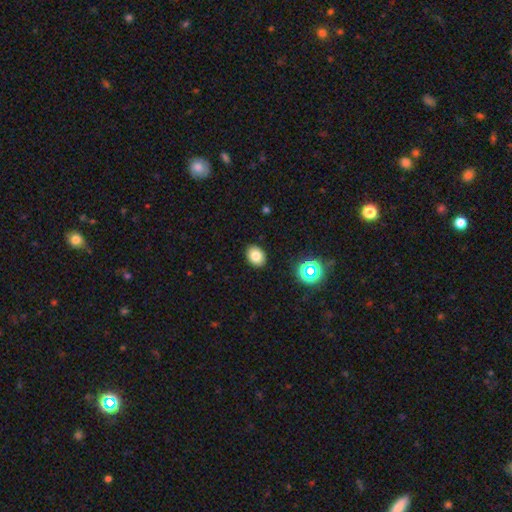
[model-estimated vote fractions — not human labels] A smooth galaxy with no disk features (80%) that is in between round and cigar-shaped (68%). Merging: none (89%).